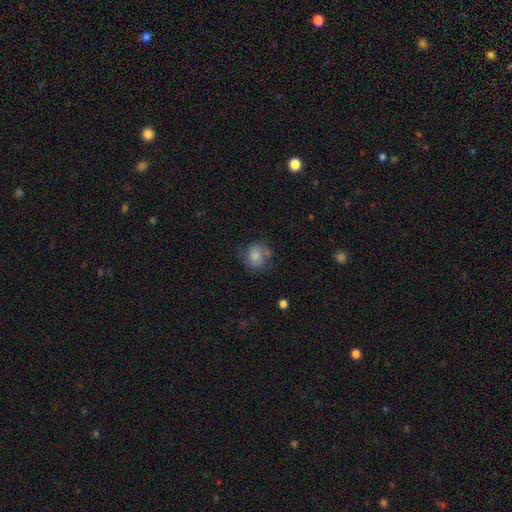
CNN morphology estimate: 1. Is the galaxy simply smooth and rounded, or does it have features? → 60% smooth, 31% featured or disk, 9% star or artifact.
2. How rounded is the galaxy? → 75% round, 24% in between, 1% cigar-shaped.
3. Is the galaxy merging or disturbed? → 60% none, 24% minor disturbance, 11% major disturbance, 4% merger.